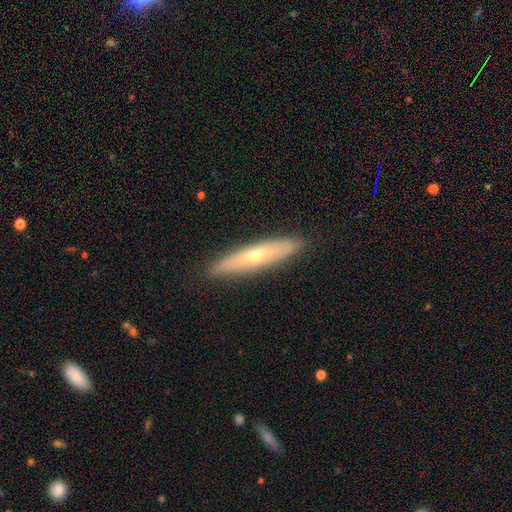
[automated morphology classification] A smooth galaxy with no disk features (48%).

Vote fractions:
- Smooth or featured? smooth: 48% / featured or disk: 46% / star or artifact: 7%
- Merging? none: 88% / minor disturbance: 9% / major disturbance: 2% / merger: 1%